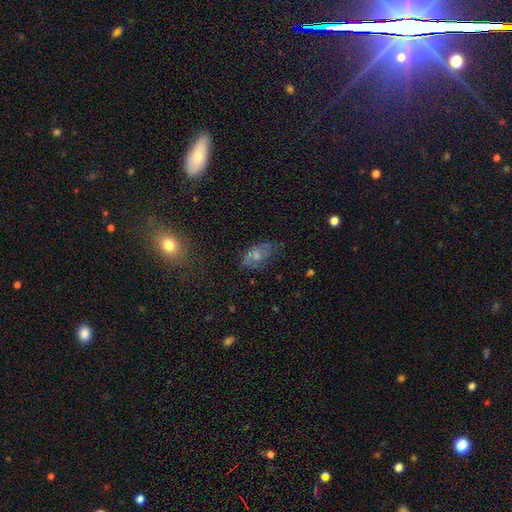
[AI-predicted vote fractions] The model was most divided on "merging": none: 55%, minor disturbance: 29%, major disturbance: 13%, merger: 3%. More confident: how rounded — in between (88%); smooth or featured — smooth (59%).